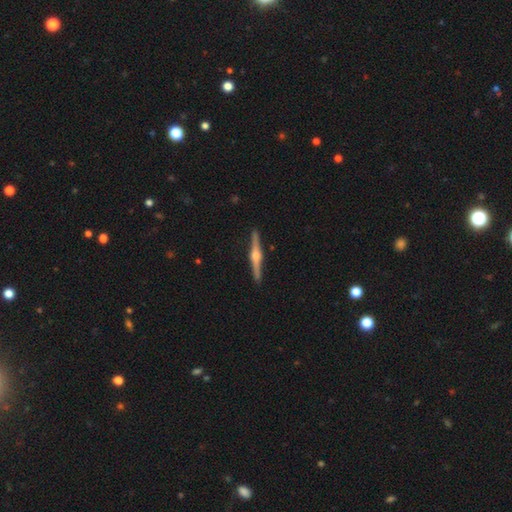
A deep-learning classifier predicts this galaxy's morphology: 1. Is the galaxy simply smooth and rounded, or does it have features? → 83% featured or disk, 12% smooth, 5% star or artifact.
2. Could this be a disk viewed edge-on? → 98% yes, 2% no.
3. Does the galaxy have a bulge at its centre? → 91% rounded, 7% boxy, 3% none.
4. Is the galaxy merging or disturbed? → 92% none, 6% minor disturbance, 1% major disturbance, 1% merger.